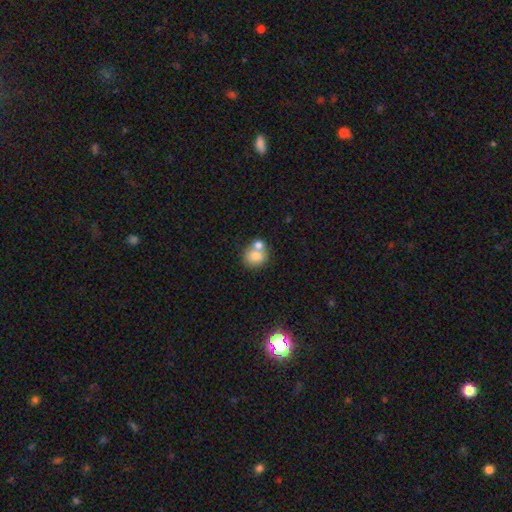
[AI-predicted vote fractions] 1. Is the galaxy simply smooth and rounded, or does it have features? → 77% smooth, 13% featured or disk, 9% star or artifact.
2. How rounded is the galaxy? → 73% round, 26% in between, 1% cigar-shaped.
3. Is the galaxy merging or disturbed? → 45% merger, 43% none, 9% minor disturbance, 3% major disturbance.